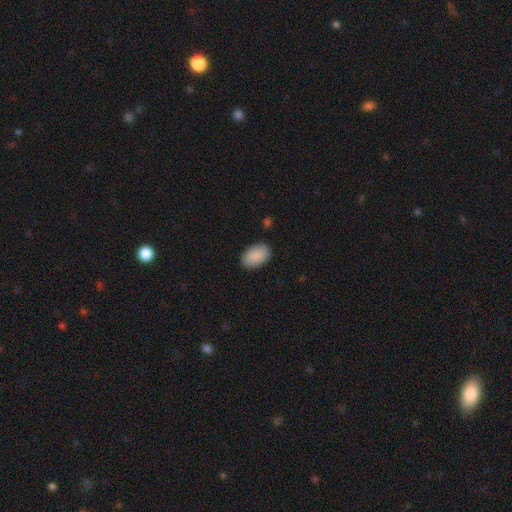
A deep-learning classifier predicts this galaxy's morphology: Smooth or featured? Predicted: smooth (p=0.90). How rounded? Predicted: in between (p=0.93). Merging? Predicted: none (p=0.86).